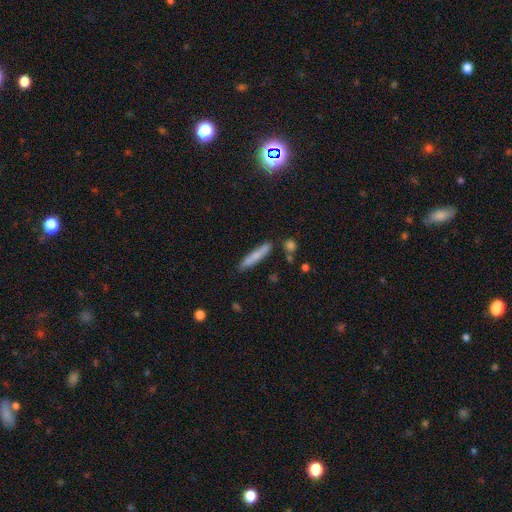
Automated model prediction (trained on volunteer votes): This appears to be a smooth galaxy with no disk features (70%) that is cigar-shaped (91%). Merging: none (78%).